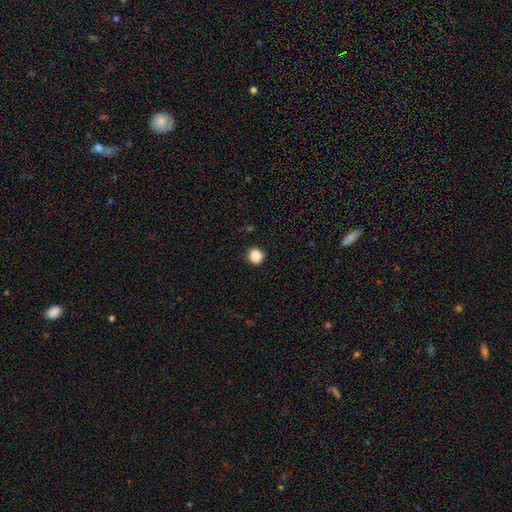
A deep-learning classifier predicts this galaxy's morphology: Overall: smooth (88%). How rounded: round (86%). Merging: none (88%).